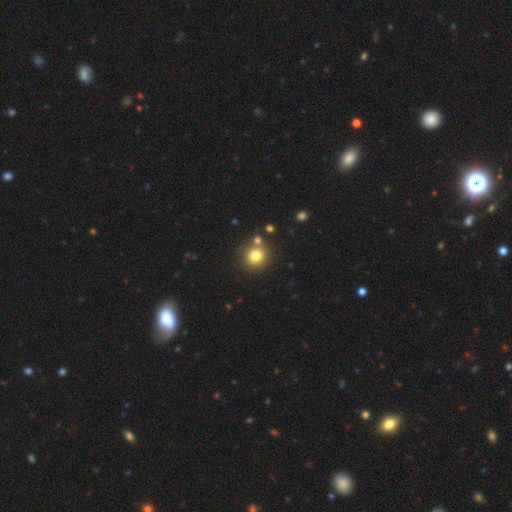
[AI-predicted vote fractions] This is likely a smooth galaxy (79%). How rounded: clearly round (90%). Merging: likely none (79%).